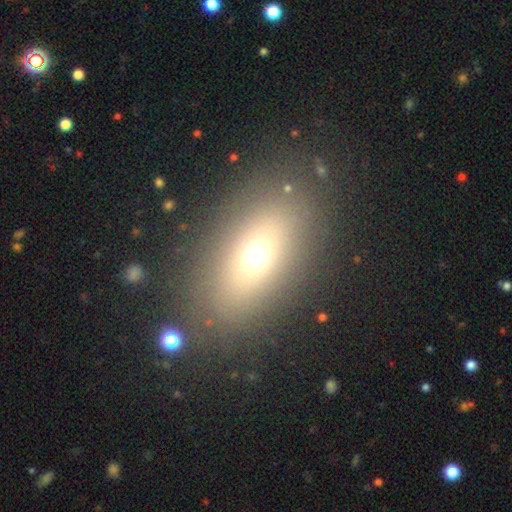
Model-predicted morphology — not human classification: A smooth galaxy with no disk features (65%) that is in between round and cigar-shaped (78%). Merging: none (84%).